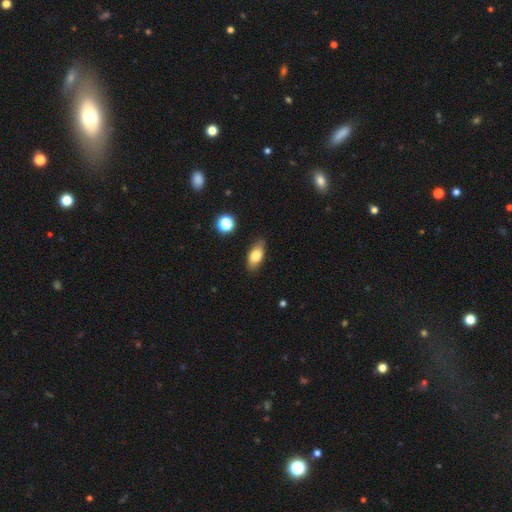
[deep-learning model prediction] The model was most divided on "smooth or featured": smooth: 75%, featured or disk: 17%, star or artifact: 8%. More confident: how rounded — in between (85%); merging — none (83%).